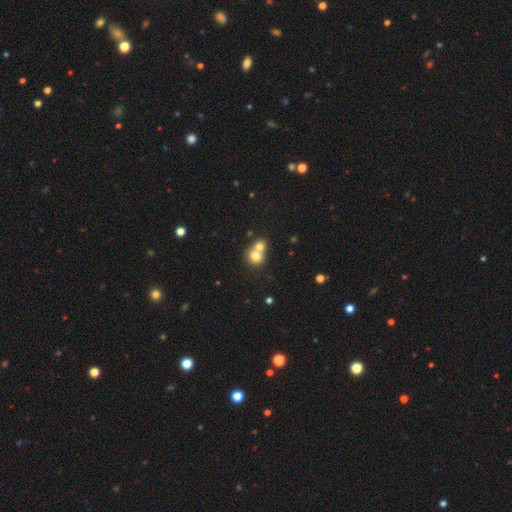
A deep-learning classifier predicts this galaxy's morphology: Q: Smooth or featured?
A: smooth (73%); runner-up: featured or disk (16%)
Q: How rounded?
A: round (74%); runner-up: in between (25%)
Q: Merging?
A: merger (65%); runner-up: none (27%)